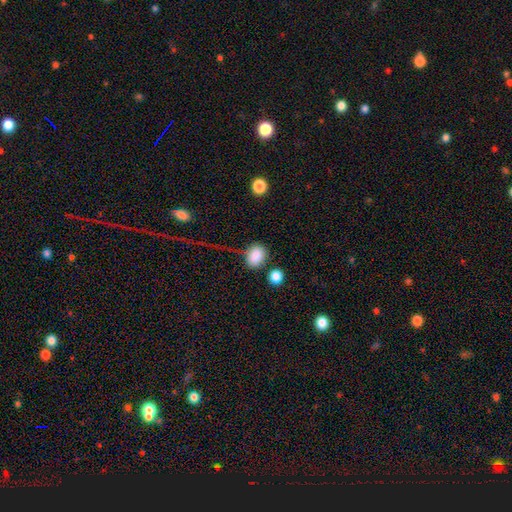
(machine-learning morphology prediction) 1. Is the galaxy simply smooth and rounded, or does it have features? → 86% smooth, 9% star or artifact, 5% featured or disk.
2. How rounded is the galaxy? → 65% in between, 34% round, 1% cigar-shaped.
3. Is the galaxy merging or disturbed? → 71% none, 15% minor disturbance, 8% merger, 5% major disturbance.